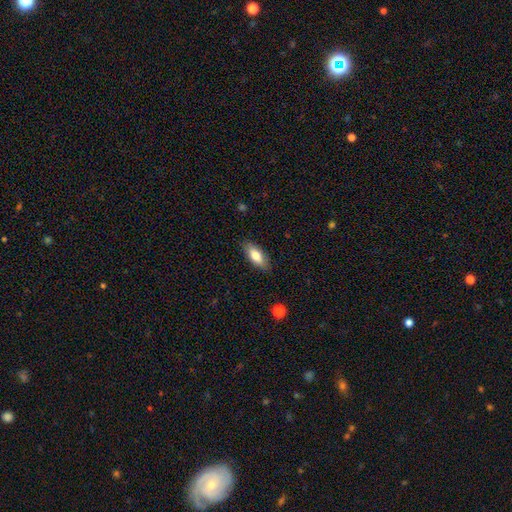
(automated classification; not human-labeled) smooth 79%, featured or disk 15%, star or artifact 6%. Down the decision tree: how rounded — in between (82%); merging — none (86%).